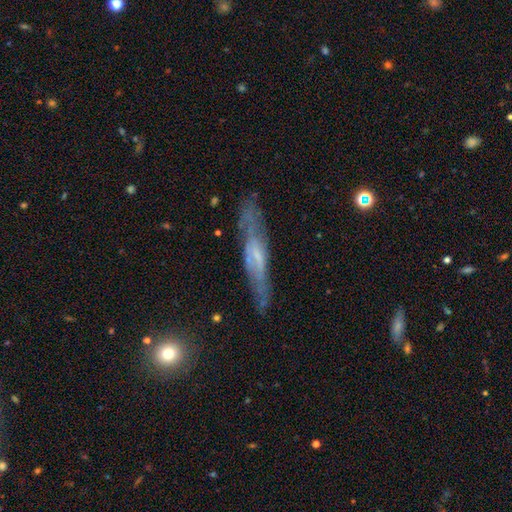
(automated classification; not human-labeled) smooth-or-featured: featured or disk: 70% | smooth: 23% | star or artifact: 8%
  disk-edge-on: yes: 63% | no: 37%
  merging: none: 72% | minor disturbance: 19% | major disturbance: 7% | merger: 2%